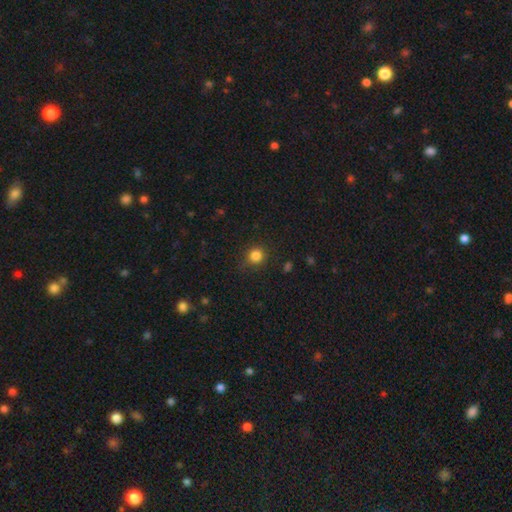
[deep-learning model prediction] Smooth or featured? Predicted: smooth (p=0.83). How rounded? Predicted: round (p=0.89). Merging? Predicted: none (p=0.84).